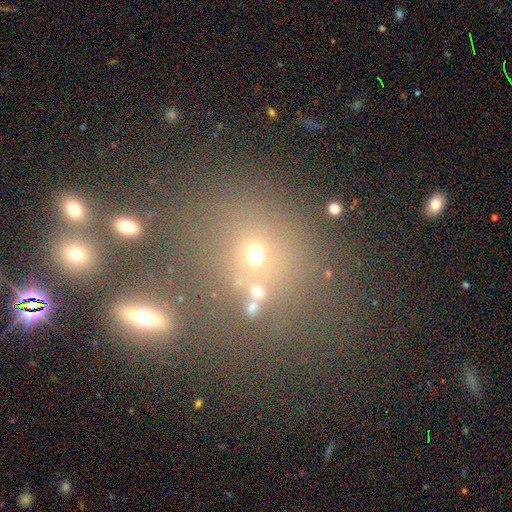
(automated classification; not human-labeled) Smooth or featured? Predicted: smooth (p=0.54). How rounded? Predicted: round (p=0.71). Merging? Predicted: none (p=0.60).